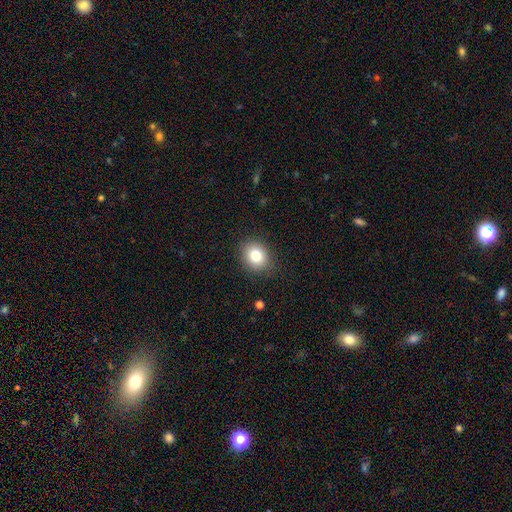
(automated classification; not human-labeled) Q: Smooth or featured?
A: smooth (80%); runner-up: star or artifact (11%)
Q: How rounded?
A: round (62%); runner-up: in between (37%)
Q: Merging?
A: none (87%); runner-up: minor disturbance (9%)